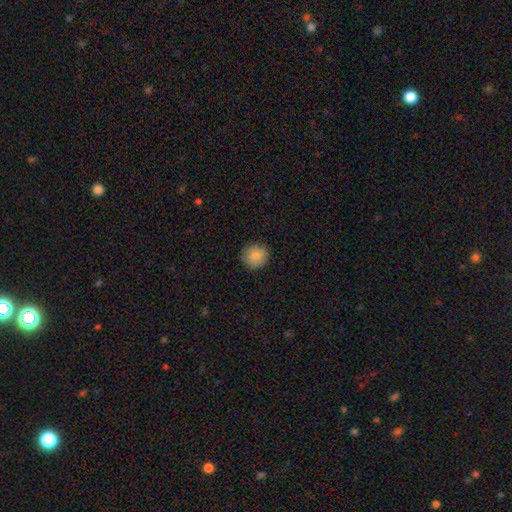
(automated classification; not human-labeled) Morphology: type=smooth (85%); roundness=round (92%); merging=none (88%).